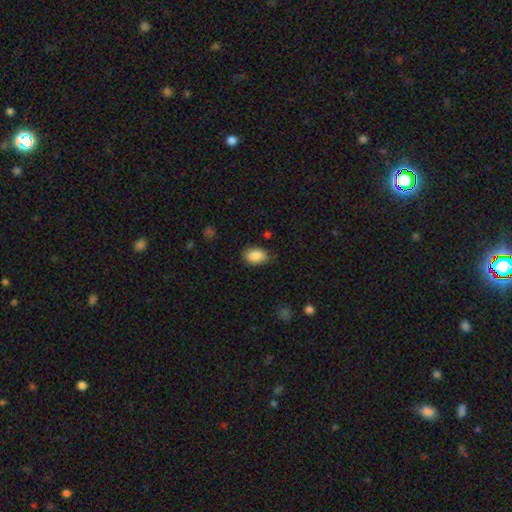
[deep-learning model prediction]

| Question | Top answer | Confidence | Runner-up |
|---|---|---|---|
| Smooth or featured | smooth | 89% | star or artifact (7%) |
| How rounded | in between | 86% | round (13%) |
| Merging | none | 78% | minor disturbance (17%) |